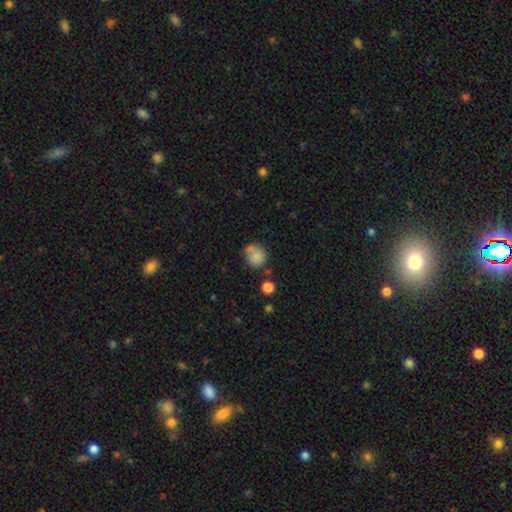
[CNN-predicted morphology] A smooth galaxy with no disk features (82%) that is round (83%).

Vote fractions:
- Smooth or featured? smooth: 82% / star or artifact: 10% / featured or disk: 9%
- How rounded? round: 83% / in between: 16% / cigar-shaped: 1%
- Merging? none: 59% / minor disturbance: 20% / merger: 14% / major disturbance: 7%